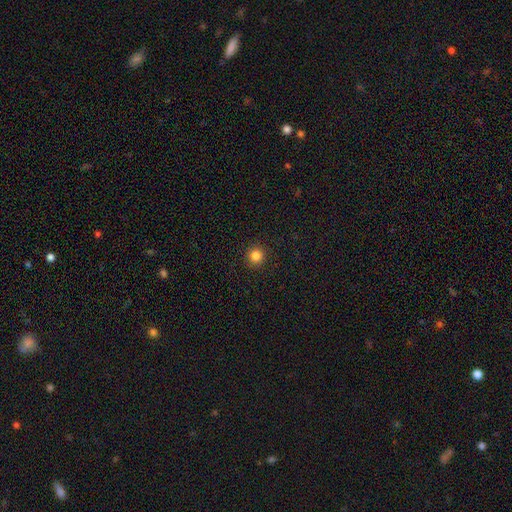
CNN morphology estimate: A smooth galaxy with no disk features (83%) that is round (95%). Merging: none (93%).